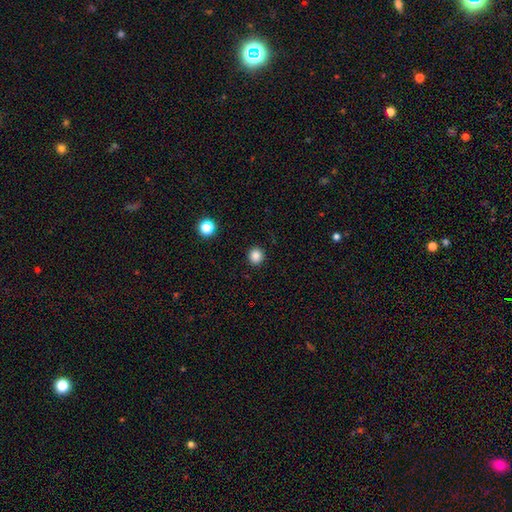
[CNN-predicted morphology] Overall: smooth (85%). How rounded: round (92%). Merging: none (92%).